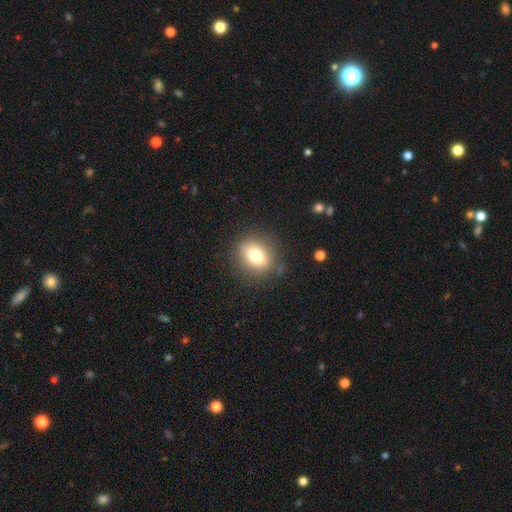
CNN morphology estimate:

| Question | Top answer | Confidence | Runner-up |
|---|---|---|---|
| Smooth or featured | smooth | 76% | featured or disk (13%) |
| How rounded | round | 59% | in between (40%) |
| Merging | none | 84% | minor disturbance (11%) |